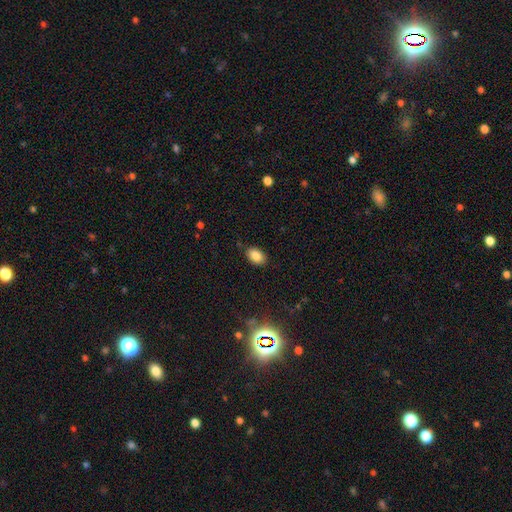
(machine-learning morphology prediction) This is clearly a smooth galaxy (85%). How rounded: clearly in between (86%). Merging: clearly none (85%).